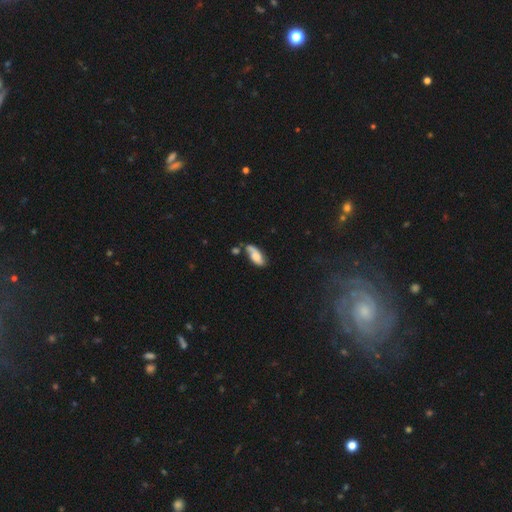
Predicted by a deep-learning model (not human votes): Smooth or featured? smooth (61%)
How rounded? in between (81%)
Merging? none (47%)